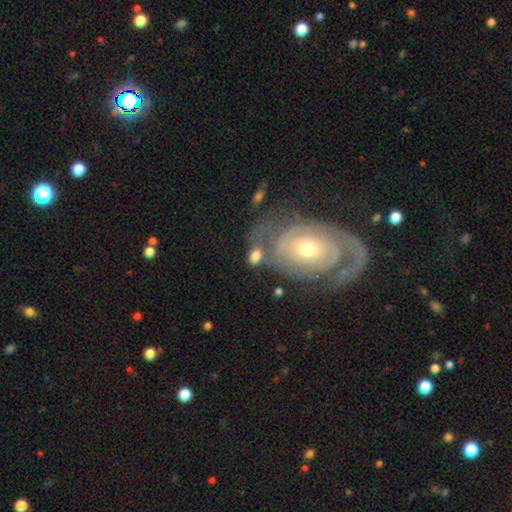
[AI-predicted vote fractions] smooth_or_featured: smooth (p=0.61) [alt: featured or disk p=0.29]
how_rounded: in between (p=0.75) [alt: round p=0.22]
merging: none (p=0.42) [alt: merger p=0.25]